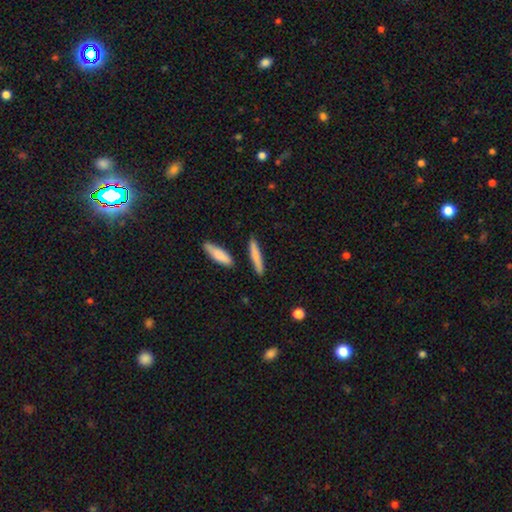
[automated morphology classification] This appears to be a smooth galaxy with no disk features (78%) that is cigar-shaped (89%). Merging: none (86%).